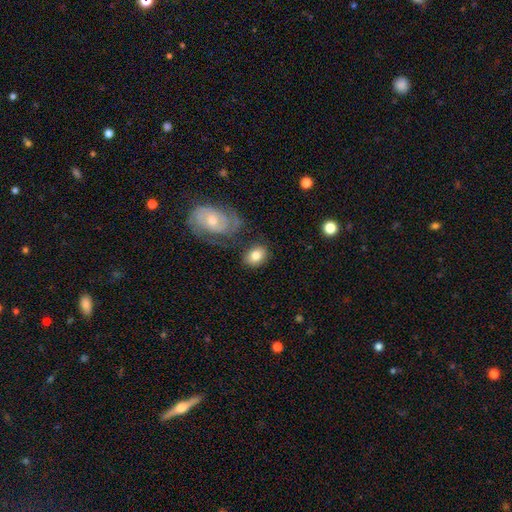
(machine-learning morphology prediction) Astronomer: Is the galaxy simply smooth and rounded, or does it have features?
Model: smooth — 77%.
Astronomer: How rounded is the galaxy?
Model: in between — 69%.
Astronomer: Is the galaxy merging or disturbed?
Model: none — 72%.